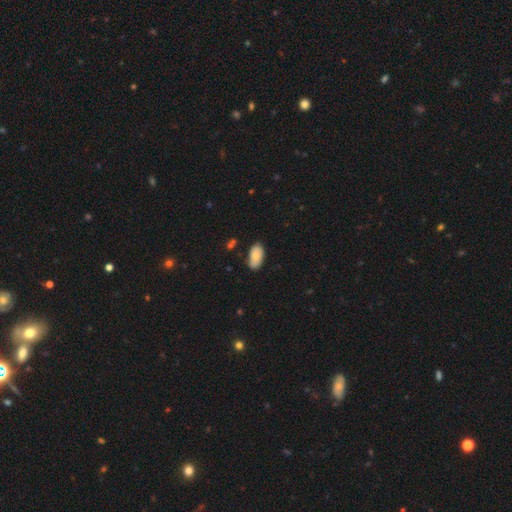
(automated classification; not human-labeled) smooth_or_featured: smooth (p=0.70) [alt: featured or disk p=0.23]
how_rounded: in between (p=0.94) [alt: round p=0.04]
merging: none (p=0.76) [alt: minor disturbance p=0.18]